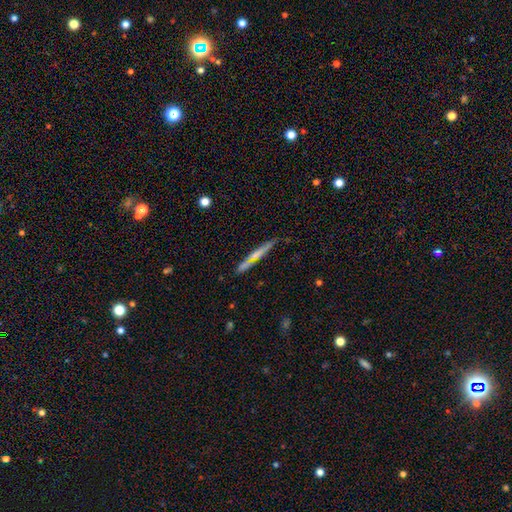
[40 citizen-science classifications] Smooth or featured? smooth (50%)
How rounded? cigar-shaped (95%)
Merging? none (83%)